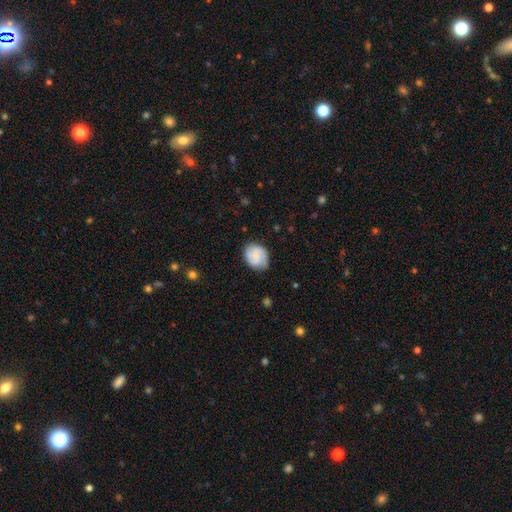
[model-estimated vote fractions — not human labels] smooth-or-featured: featured or disk: 57% | smooth: 36% | star or artifact: 7%
  disk-edge-on: no: 98% | yes: 2%
    bar: no: 48% | weak: 42% | strong: 10%
    has-spiral-arms: yes: 93% | no: 7%
      spiral-winding: tight: 43% | medium: 41% | loose: 15%
      spiral-arm-count: 2: 61% | 3: 17% | can't tell: 14% | 1: 3% | 4: 3% | more than 4: 2%
    bulge-size: small: 40% | none: 39% | moderate: 16% | large: 3% | dominant: 1%
  merging: none: 78% | minor disturbance: 16% | major disturbance: 5% | merger: 1%